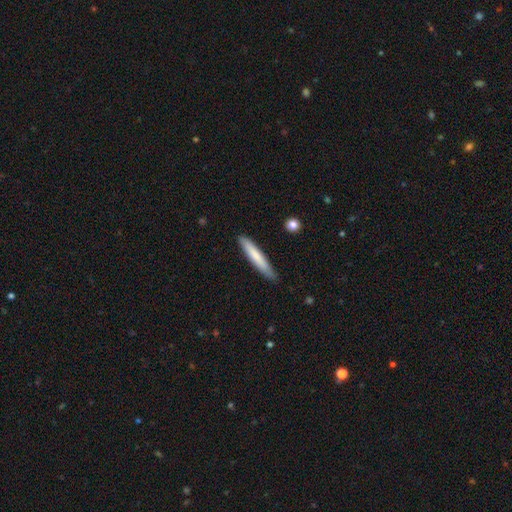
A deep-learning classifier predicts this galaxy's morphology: Smooth or featured? smooth (72%)
How rounded? cigar-shaped (93%)
Merging? none (86%)